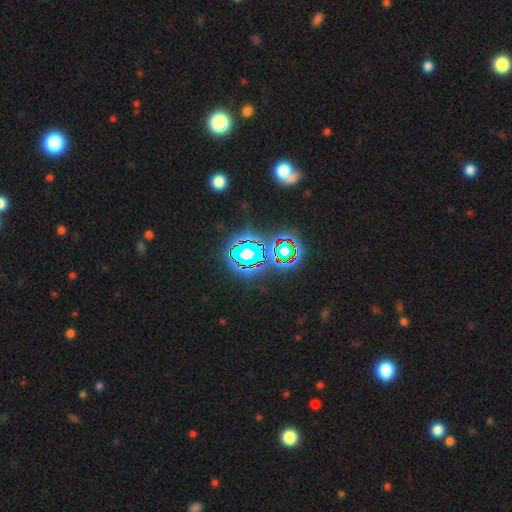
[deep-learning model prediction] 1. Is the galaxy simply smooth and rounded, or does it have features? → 79% star or artifact, 13% smooth, 8% featured or disk.